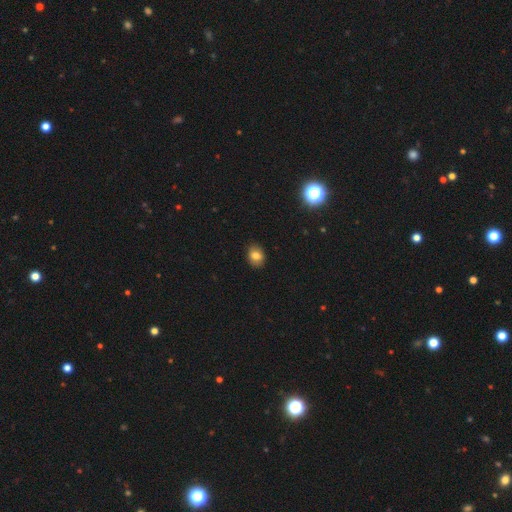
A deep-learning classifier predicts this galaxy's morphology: A smooth galaxy with no disk features (81%) that is in between round and cigar-shaped (58%).

Vote fractions:
- Smooth or featured? smooth: 81% / star or artifact: 10% / featured or disk: 9%
- How rounded? in between: 58% / round: 41% / cigar-shaped: 1%
- Merging? none: 88% / minor disturbance: 9% / major disturbance: 2% / merger: 1%